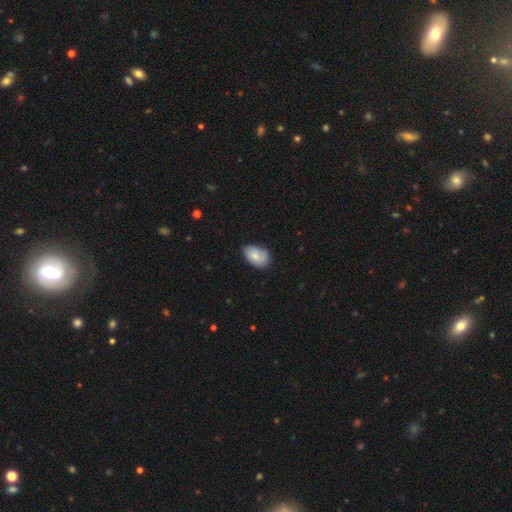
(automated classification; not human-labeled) This appears to be a smooth galaxy with no disk features (77%) that is in between round and cigar-shaped (89%). Merging: none (66%).